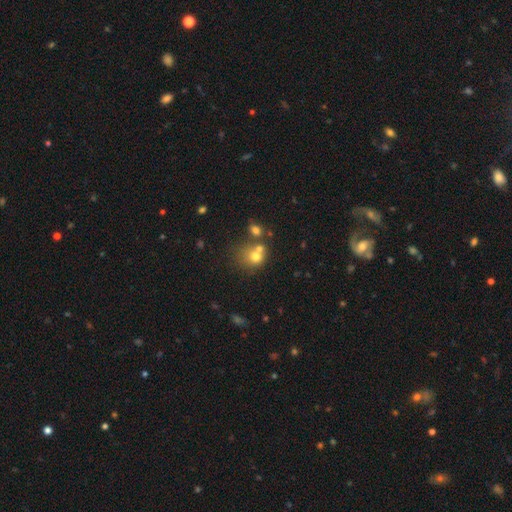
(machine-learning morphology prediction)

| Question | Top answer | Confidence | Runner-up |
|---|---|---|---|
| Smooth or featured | smooth | 70% | featured or disk (16%) |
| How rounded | round | 73% | in between (26%) |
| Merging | merger | 42% | none (40%) |